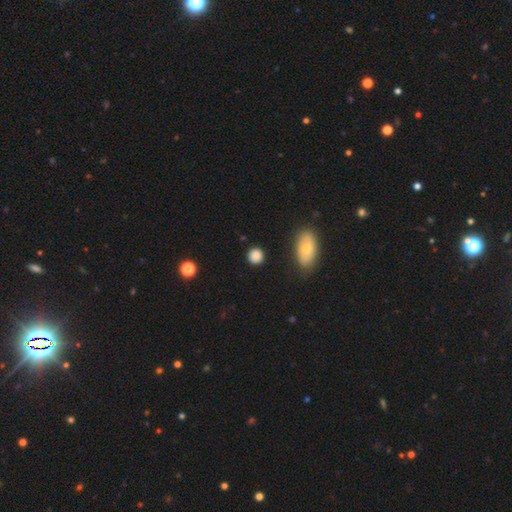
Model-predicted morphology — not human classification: Smooth or featured? smooth (86%)
How rounded? round (88%)
Merging? none (87%)